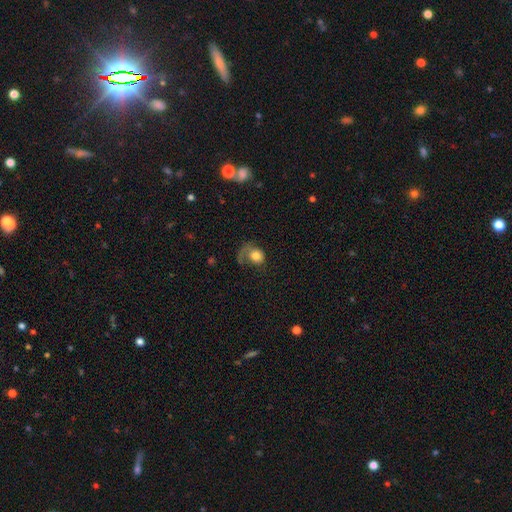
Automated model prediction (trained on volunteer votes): smooth_or_featured: smooth (p=0.63) [alt: featured or disk p=0.28]
how_rounded: round (p=0.50) [alt: in between p=0.49]
merging: major disturbance (p=0.47) [alt: none p=0.28]